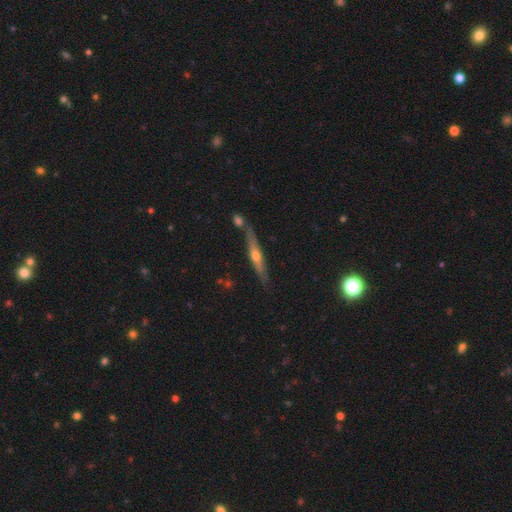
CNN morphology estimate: This is likely a featured or disk galaxy (64%). It is clearly viewed edge-on (92%). Edge-on bulge: clearly rounded (84%). Merging: likely none (75%).